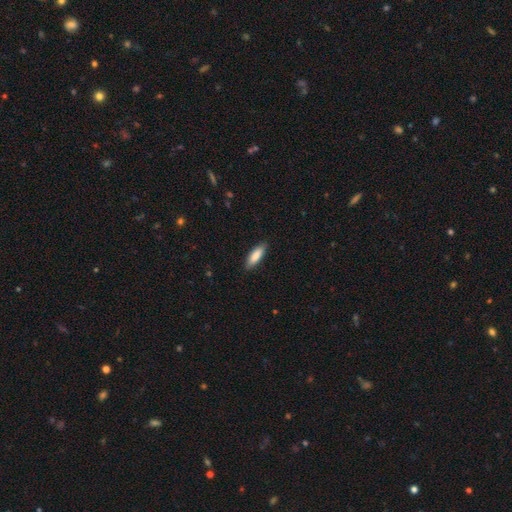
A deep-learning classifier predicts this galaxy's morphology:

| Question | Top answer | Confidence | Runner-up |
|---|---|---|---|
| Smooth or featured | smooth | 84% | featured or disk (10%) |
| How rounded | in between | 50% | cigar-shaped (48%) |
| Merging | none | 87% | minor disturbance (10%) |